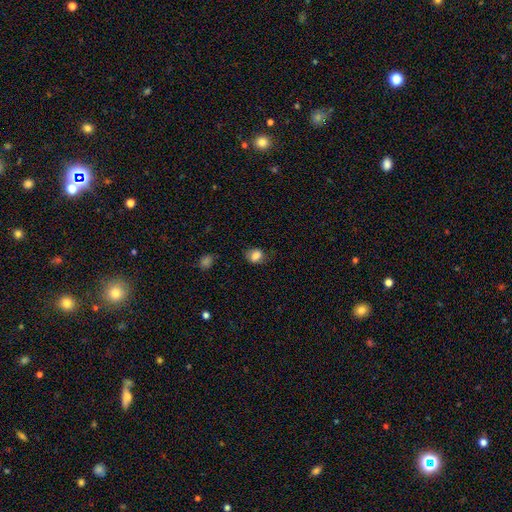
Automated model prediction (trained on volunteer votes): A smooth galaxy with no disk features (83%) that is in between round and cigar-shaped (55%). Merging: none (69%).